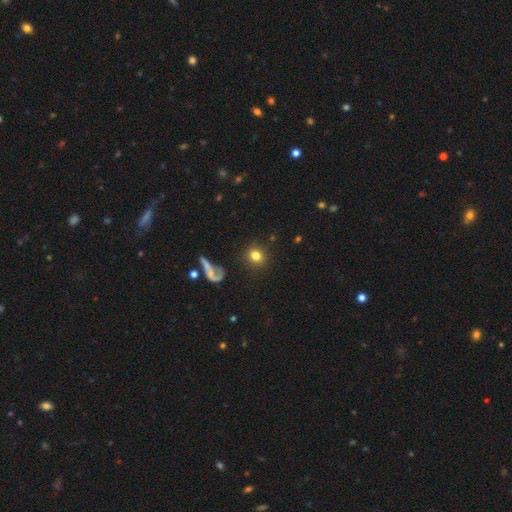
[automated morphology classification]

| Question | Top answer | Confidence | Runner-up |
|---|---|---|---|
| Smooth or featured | smooth | 77% | featured or disk (11%) |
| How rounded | round | 86% | in between (12%) |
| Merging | none | 86% | minor disturbance (7%) |